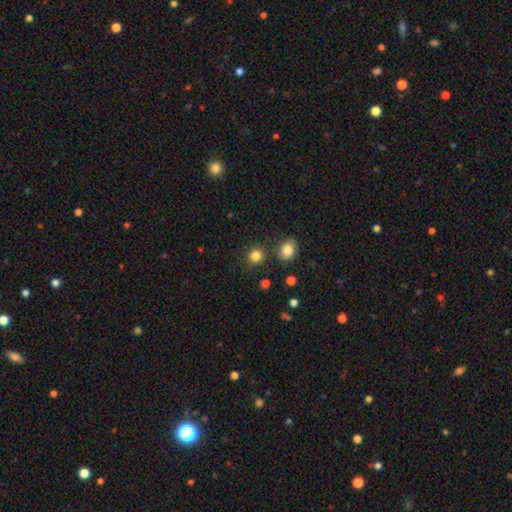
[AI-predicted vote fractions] Q: Smooth or featured?
A: smooth (84%); runner-up: star or artifact (12%)
Q: How rounded?
A: round (86%); runner-up: in between (13%)
Q: Merging?
A: none (82%); runner-up: minor disturbance (8%)